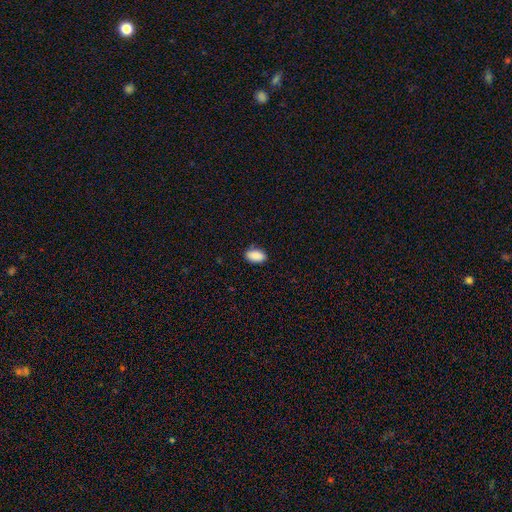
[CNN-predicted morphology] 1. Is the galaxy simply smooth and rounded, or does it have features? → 90% smooth, 7% star or artifact, 3% featured or disk.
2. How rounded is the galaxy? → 93% in between, 5% round, 2% cigar-shaped.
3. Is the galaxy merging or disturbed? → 86% none, 11% minor disturbance, 2% major disturbance, 1% merger.